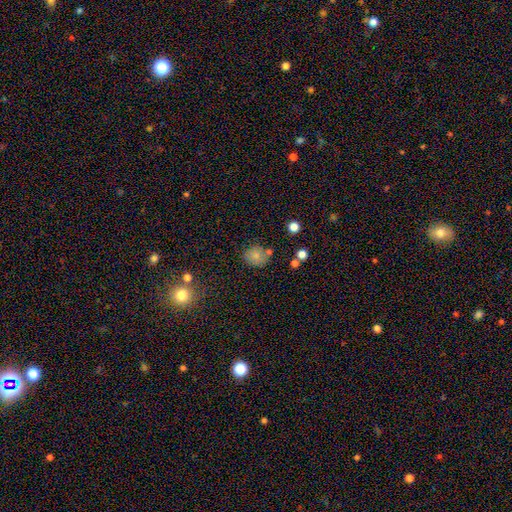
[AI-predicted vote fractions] This appears to be a smooth galaxy with no disk features (76%) that is round (74%). Merging: none (72%).